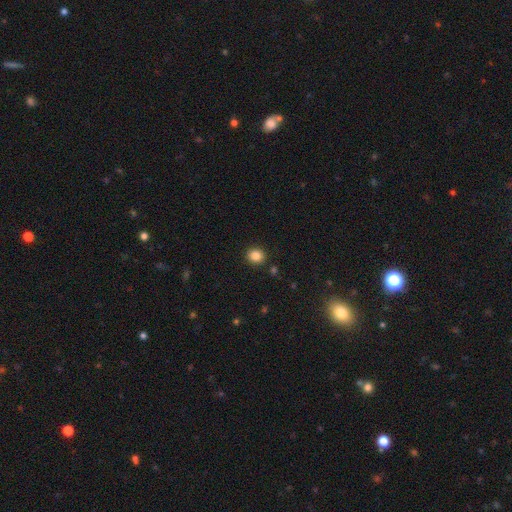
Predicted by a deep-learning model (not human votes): smooth 86%, star or artifact 10%, featured or disk 4%. Down the decision tree: how rounded — round (79%); merging — none (90%).